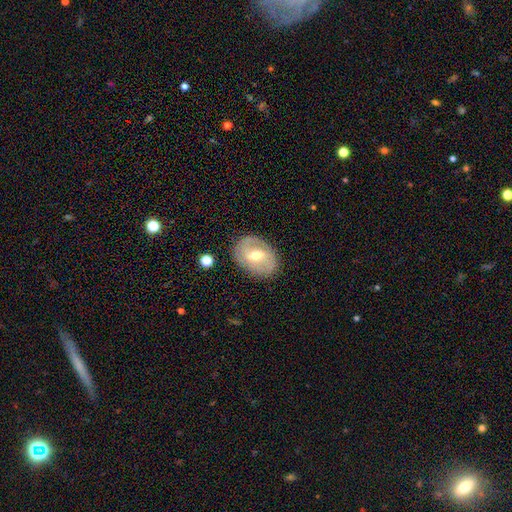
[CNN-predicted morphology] featured or disk 65%, smooth 28%, star or artifact 7%. Down the decision tree: edge-on disk — no (94%); bar — weak (48%); spiral arms — yes (61%); bulge size — moderate (70%); merging — none (80%).